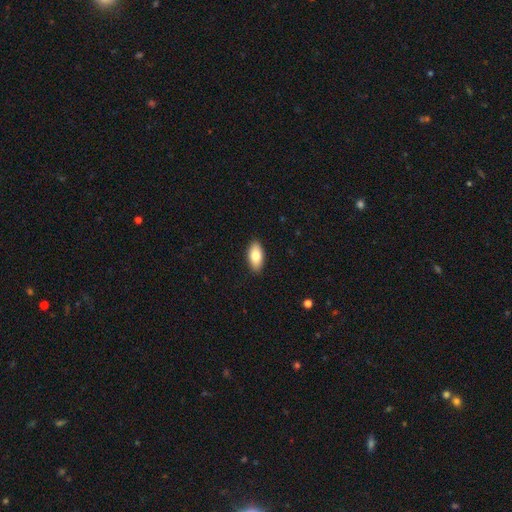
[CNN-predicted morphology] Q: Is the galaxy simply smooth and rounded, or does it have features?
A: smooth — 81%.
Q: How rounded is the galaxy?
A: in between — 92%.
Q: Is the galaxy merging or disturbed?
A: none — 90%.